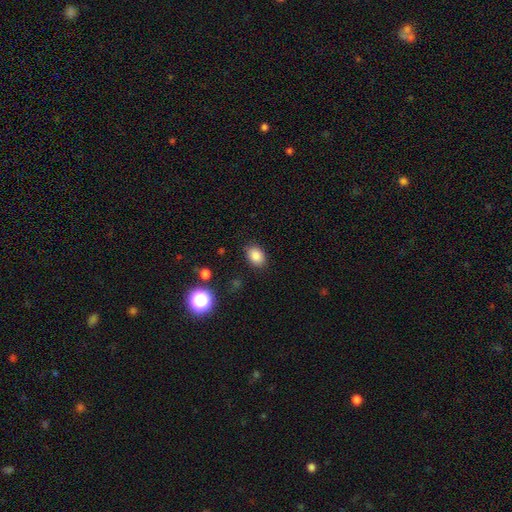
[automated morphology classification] Overall: smooth (84%). How rounded: in between (72%). Merging: none (85%).